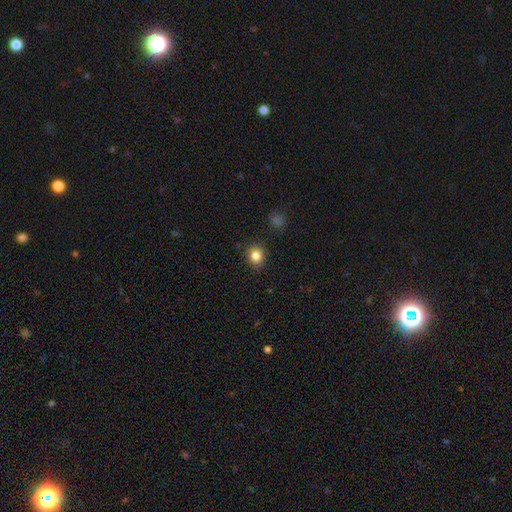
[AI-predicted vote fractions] This is clearly a smooth galaxy (84%). How rounded: clearly round (80%). Merging: clearly none (88%).